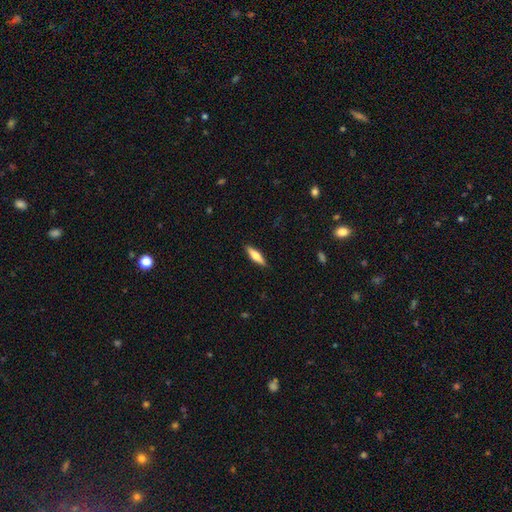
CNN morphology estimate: Smooth or featured? Predicted: smooth (p=0.59). How rounded? Predicted: cigar-shaped (p=0.64). Merging? Predicted: none (p=0.88).